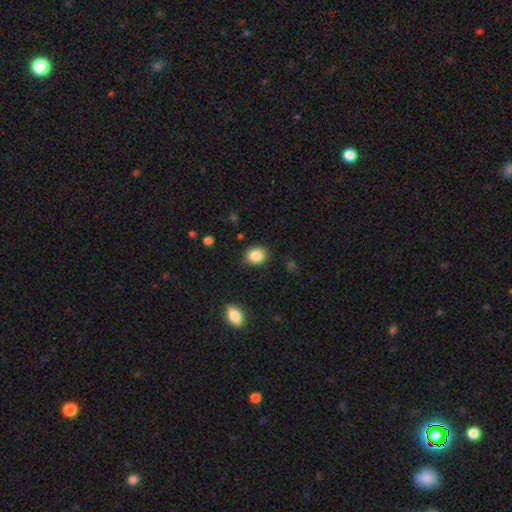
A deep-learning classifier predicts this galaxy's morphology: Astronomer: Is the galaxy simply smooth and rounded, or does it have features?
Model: smooth — 86%.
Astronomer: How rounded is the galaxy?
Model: round — 54% (runner-up: in between, 45%).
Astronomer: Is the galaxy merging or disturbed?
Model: none — 87%.